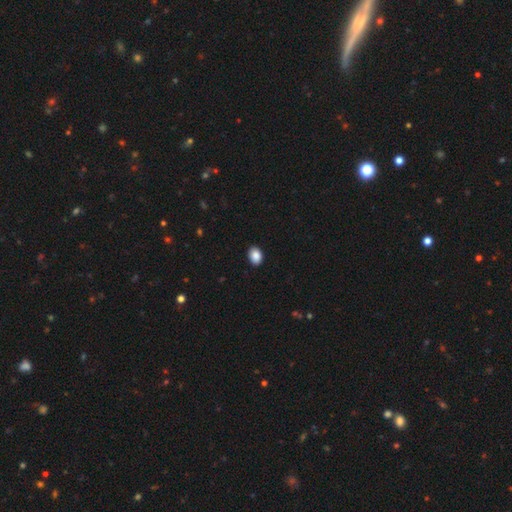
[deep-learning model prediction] A smooth galaxy with no disk features (89%) that is in between round and cigar-shaped (74%). Merging: none (90%).